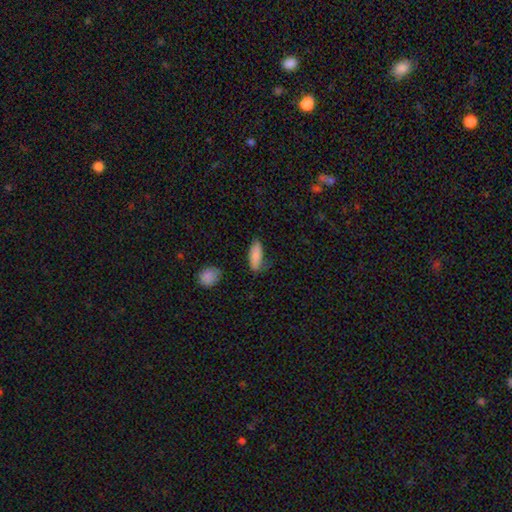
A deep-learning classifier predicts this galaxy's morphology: smooth_or_featured: smooth (p=0.86) [alt: featured or disk p=0.07]
how_rounded: in between (p=0.74) [alt: cigar-shaped p=0.24]
merging: none (p=0.63) [alt: minor disturbance p=0.27]